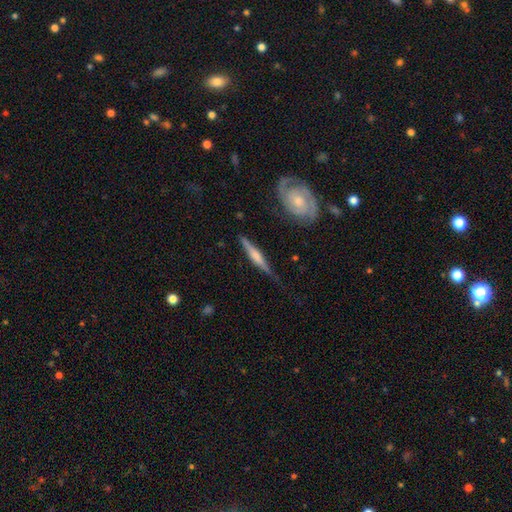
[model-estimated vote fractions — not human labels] Smooth or featured? featured or disk (64%)
Edge-on disk? yes (95%)
Edge-on bulge? rounded (56%)
Merging? none (77%)